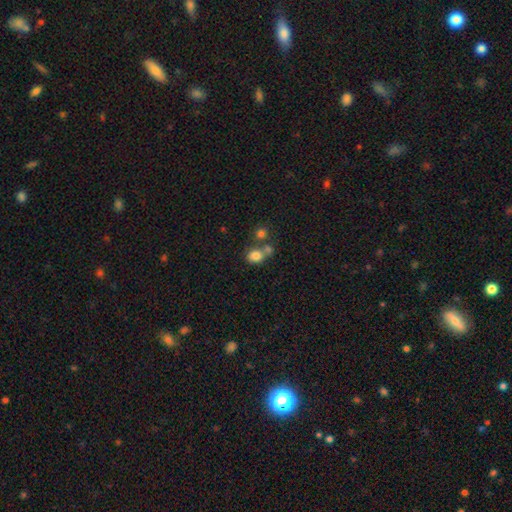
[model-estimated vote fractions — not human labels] smooth_or_featured: smooth (p=0.79) [alt: star or artifact p=0.12]
how_rounded: round (p=0.58) [alt: in between p=0.41]
merging: none (p=0.47) [alt: merger p=0.37]